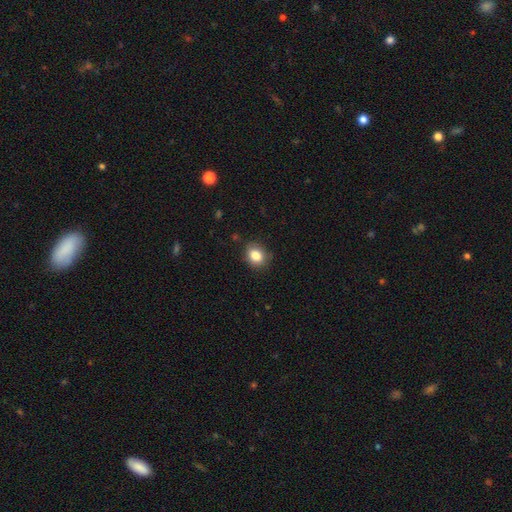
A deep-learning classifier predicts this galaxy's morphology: This is clearly a smooth galaxy (84%). How rounded: possibly round (53%). Merging: clearly none (82%).